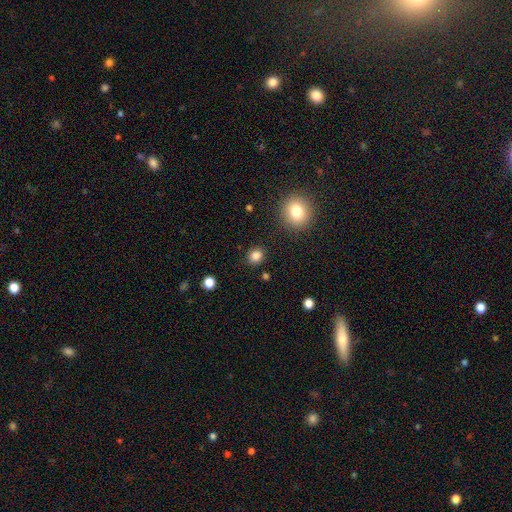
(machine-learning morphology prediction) smooth-or-featured: smooth: 84% | star or artifact: 12% | featured or disk: 4%
  how-rounded: round: 69% | in between: 30% | cigar-shaped: 1%
  merging: none: 88% | minor disturbance: 8% | major disturbance: 3% | merger: 2%